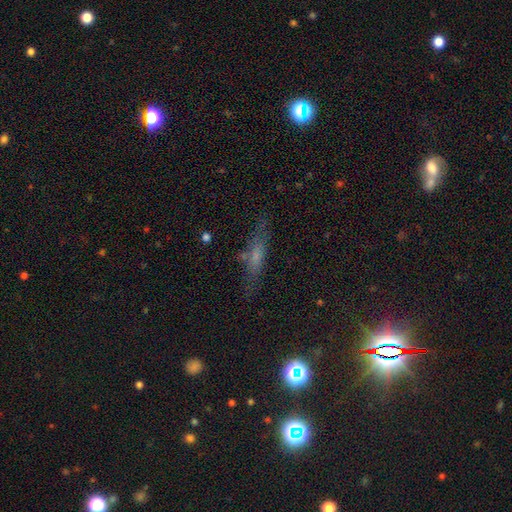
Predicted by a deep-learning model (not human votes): A smooth galaxy with no disk features (47%). Merging: none (71%).